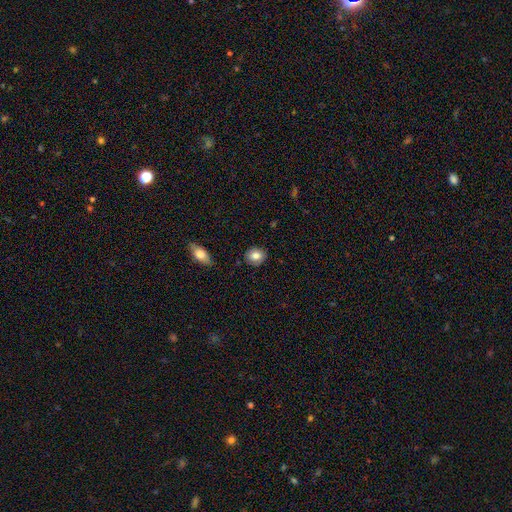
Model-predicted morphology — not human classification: Smooth or featured: smooth — 81% (featured or disk — 11%)
How rounded: round — 71% (in between — 28%)
Merging: none — 86% (minor disturbance — 10%)